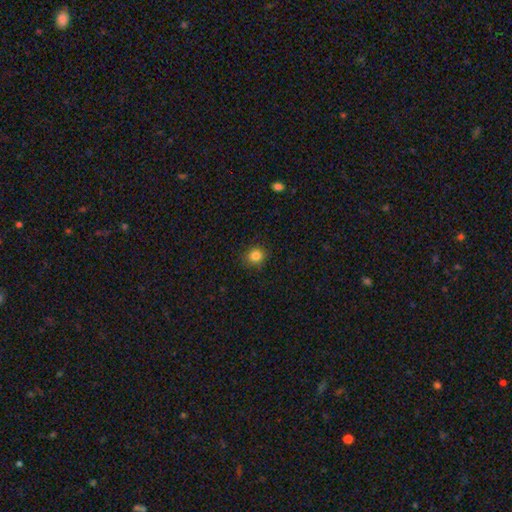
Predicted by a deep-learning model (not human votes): Smooth or featured: smooth — 84% (star or artifact — 12%)
How rounded: round — 82% (in between — 17%)
Merging: none — 87% (minor disturbance — 10%)